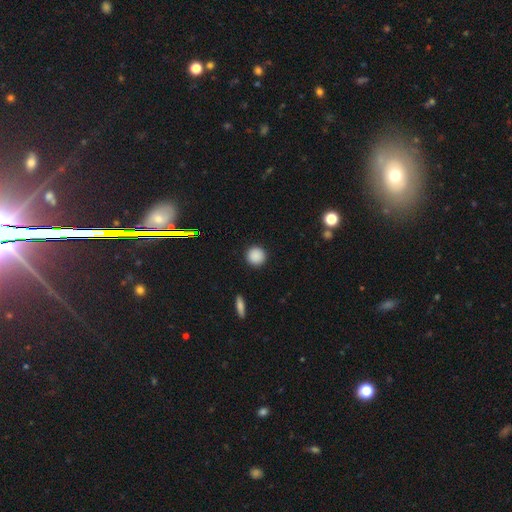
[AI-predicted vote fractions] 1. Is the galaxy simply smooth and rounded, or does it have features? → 88% smooth, 9% star or artifact, 3% featured or disk.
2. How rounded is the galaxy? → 95% round, 4% in between, 1% cigar-shaped.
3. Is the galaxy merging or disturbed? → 93% none, 5% minor disturbance, 2% major disturbance, 1% merger.